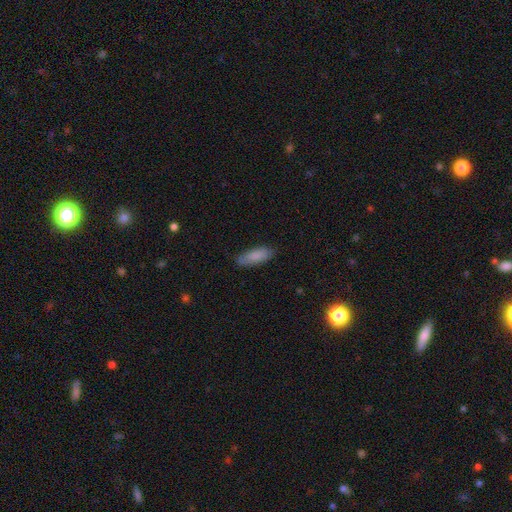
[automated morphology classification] This appears to be a smooth galaxy with no disk features (85%) that is in between round and cigar-shaped (58%). Merging: none (83%).